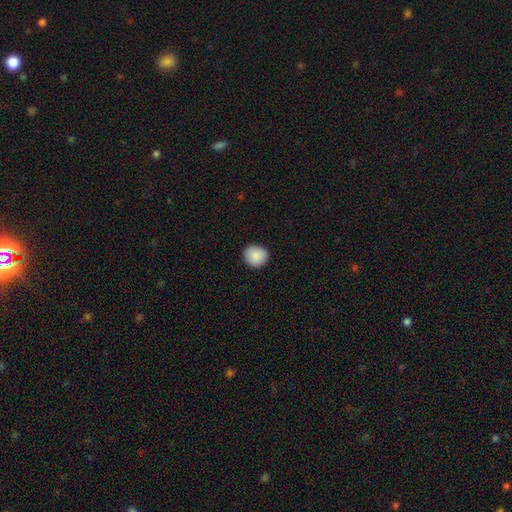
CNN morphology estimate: A smooth galaxy with no disk features (89%) that is round (83%). Merging: none (90%).